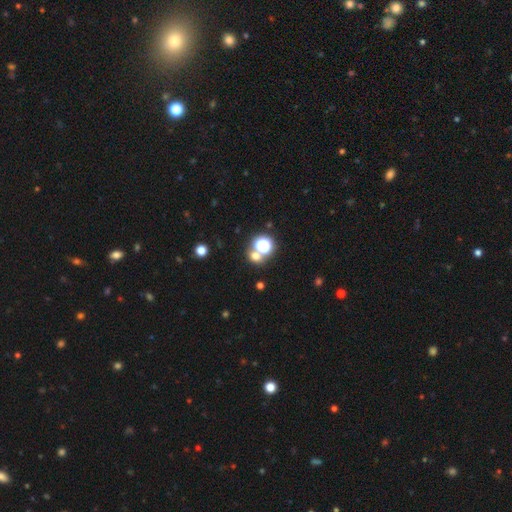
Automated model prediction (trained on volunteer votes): Smooth or featured: smooth — 56% (star or artifact — 34%)
How rounded: round — 77% (in between — 22%)
Merging: none — 60% (merger — 29%)